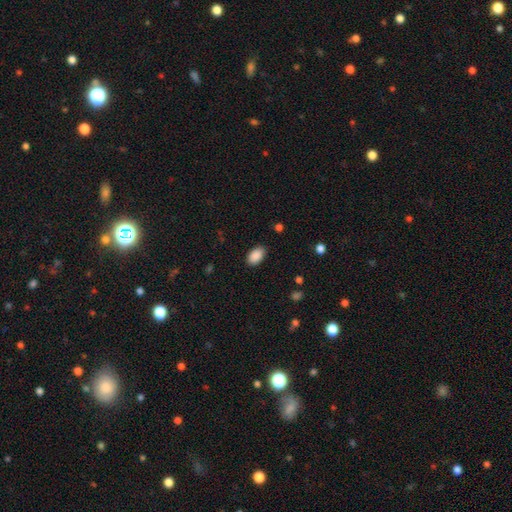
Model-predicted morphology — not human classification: This appears to be a smooth galaxy with no disk features (90%) that is in between round and cigar-shaped (92%). Merging: none (88%).